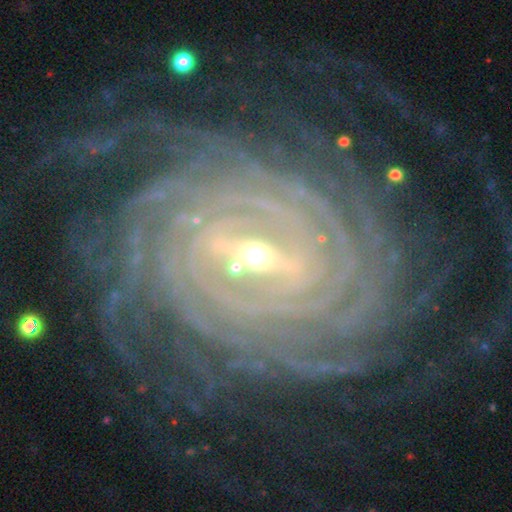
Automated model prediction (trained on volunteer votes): Smooth or featured? featured or disk (92%)
Edge-on disk? no (97%)
Bar? strong (47%)
Spiral arms? yes (99%)
Spiral winding? tight (85%)
Spiral arm count? more than 4 (37%)
Bulge size? small (63%)
Merging? none (77%)